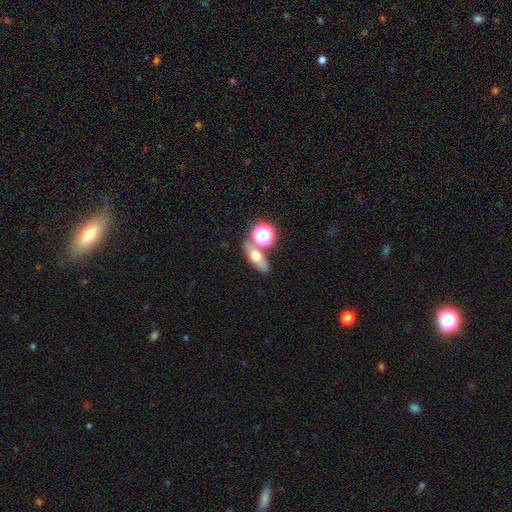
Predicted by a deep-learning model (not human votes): Smooth or featured: smooth — 57% (featured or disk — 26%)
How rounded: in between — 53% (round — 26%)
Merging: none — 61% (merger — 23%)